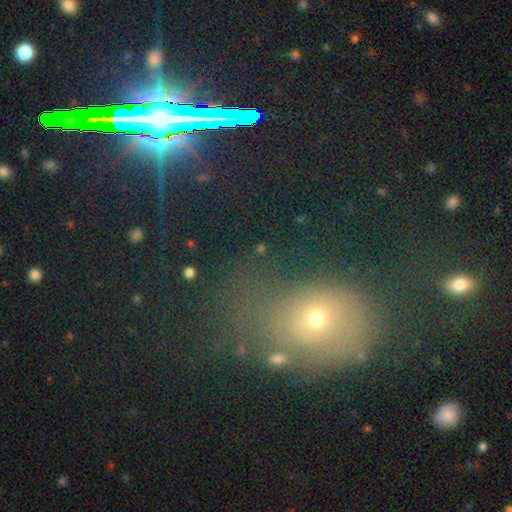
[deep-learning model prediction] smooth 44%, star or artifact 41%, featured or disk 16%. Down the decision tree: merging — none (61%).